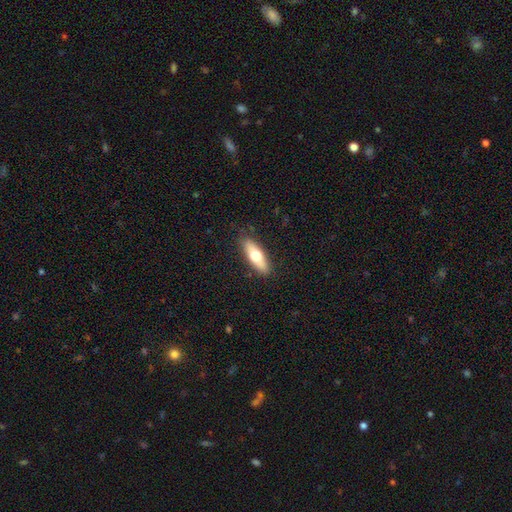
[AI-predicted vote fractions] Smooth or featured: smooth — 63% (featured or disk — 31%)
How rounded: in between — 56% (cigar-shaped — 42%)
Merging: none — 87% (minor disturbance — 10%)